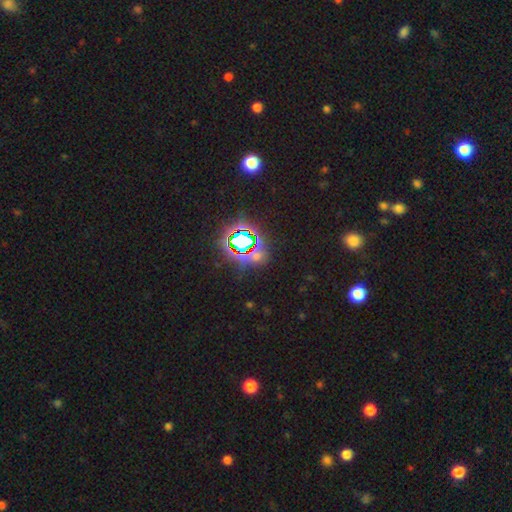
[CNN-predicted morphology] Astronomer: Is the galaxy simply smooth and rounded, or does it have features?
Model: star or artifact — 71%.